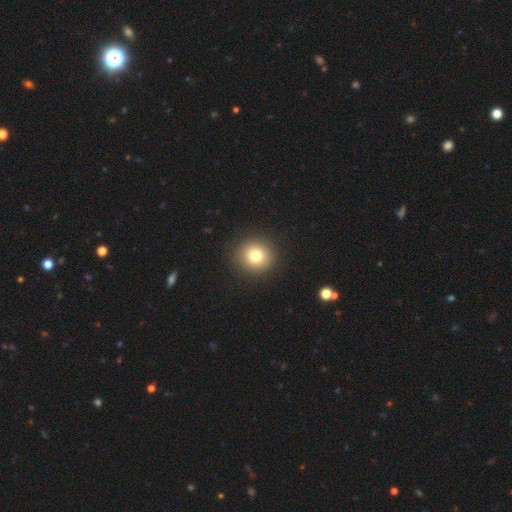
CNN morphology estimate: Smooth or featured: smooth — 79% (star or artifact — 12%)
How rounded: round — 91% (in between — 9%)
Merging: none — 91% (minor disturbance — 5%)